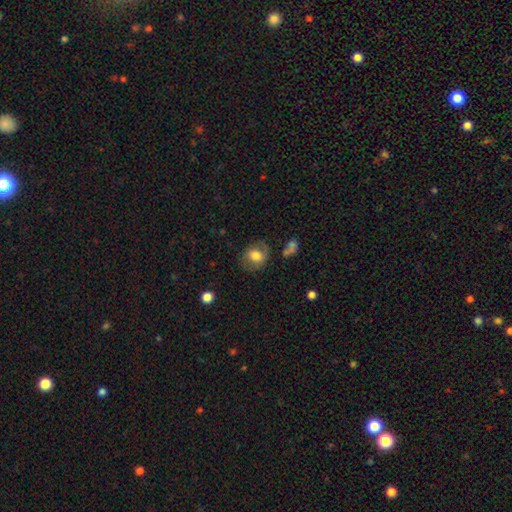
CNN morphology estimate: The model was most divided on "how rounded": round: 54%, in between: 45%, cigar-shaped: 1%. More confident: smooth or featured — smooth (66%); merging — none (65%).